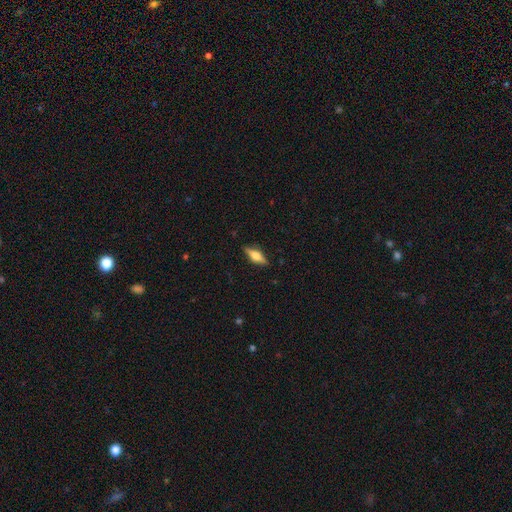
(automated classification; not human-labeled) A featured or disk galaxy (58%) viewed edge-on (95%) with a rounded central bulge (88%).

Vote fractions:
- Smooth or featured? featured or disk: 58% / smooth: 35% / star or artifact: 7%
- Edge-on disk? yes: 95% / no: 5%
- Edge-on bulge? rounded: 88% / boxy: 10% / none: 2%
- Merging? none: 87% / minor disturbance: 10% / major disturbance: 2% / merger: 1%